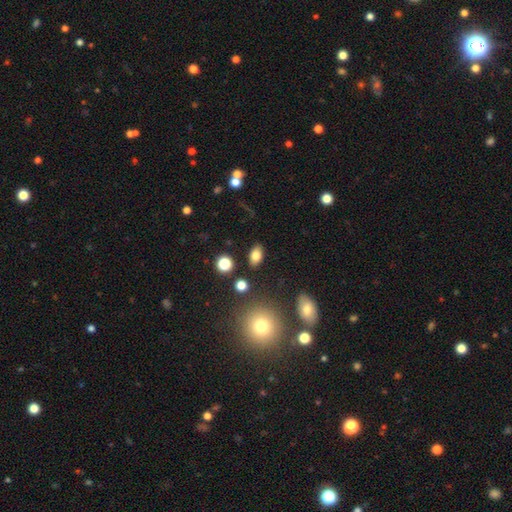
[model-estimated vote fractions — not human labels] Overall: smooth (79%). How rounded: in between (87%). Merging: none (85%).